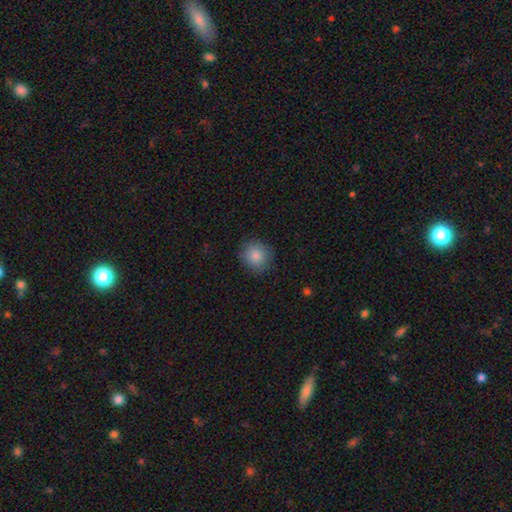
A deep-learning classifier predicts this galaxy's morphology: Smooth or featured?
  - smooth: 85% *
  - star or artifact: 8%
  - featured or disk: 7%
How rounded?
  - round: 84% *
  - in between: 15%
  - cigar-shaped: 1%
Merging?
  - none: 85% *
  - minor disturbance: 11%
  - major disturbance: 3%
  - merger: 1%